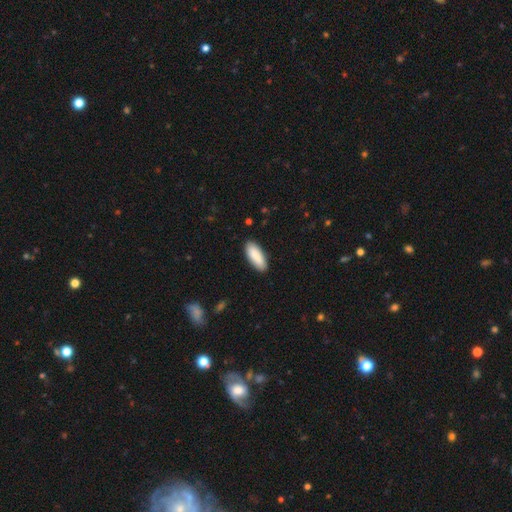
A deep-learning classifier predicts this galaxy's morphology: smooth-or-featured: smooth: 90% | star or artifact: 5% | featured or disk: 5%
  how-rounded: in between: 74% | cigar-shaped: 24% | round: 2%
  merging: none: 88% | minor disturbance: 9% | major disturbance: 2% | merger: 1%